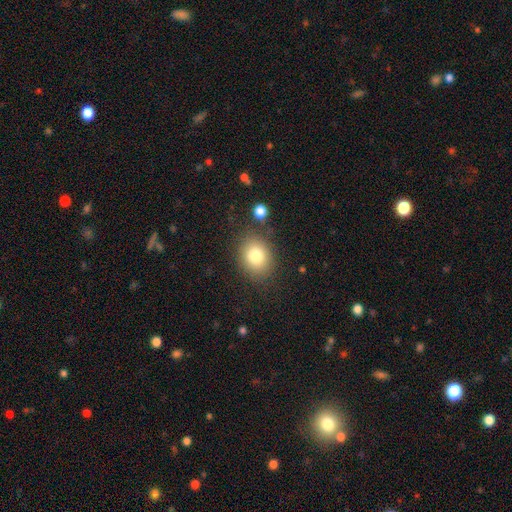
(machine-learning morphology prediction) This appears to be a smooth galaxy with no disk features (80%) that is round (52%). Merging: none (78%).